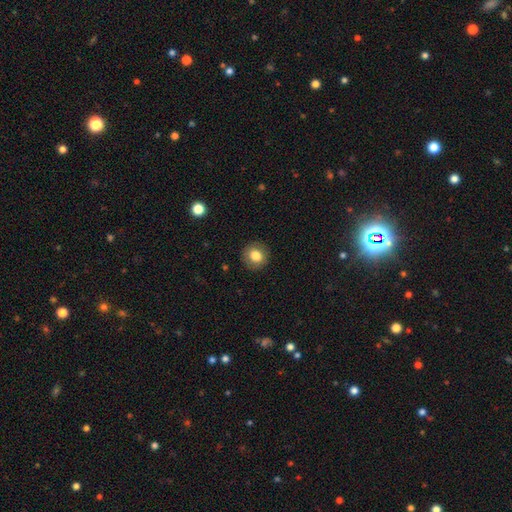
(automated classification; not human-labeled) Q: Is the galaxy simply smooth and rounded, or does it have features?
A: smooth — 81%.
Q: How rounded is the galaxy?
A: round — 87%.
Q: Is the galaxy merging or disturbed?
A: none — 89%.